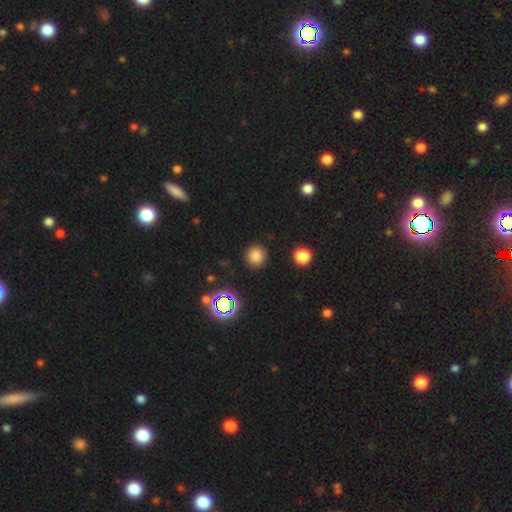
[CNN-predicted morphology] A smooth galaxy with no disk features (76%) that is round (92%). Merging: none (91%).